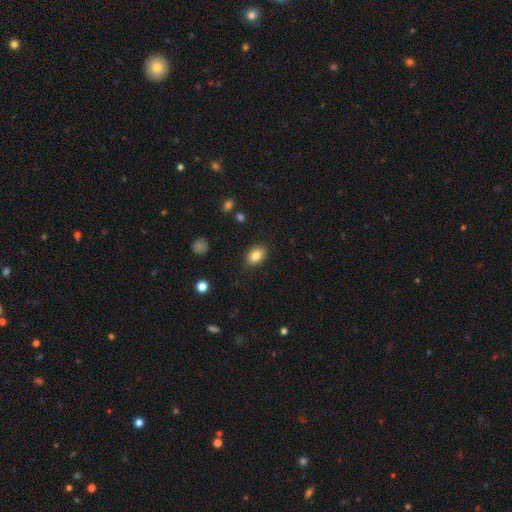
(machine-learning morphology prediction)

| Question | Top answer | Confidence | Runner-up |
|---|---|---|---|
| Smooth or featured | smooth | 84% | star or artifact (9%) |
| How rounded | in between | 80% | round (19%) |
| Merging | none | 87% | minor disturbance (10%) |